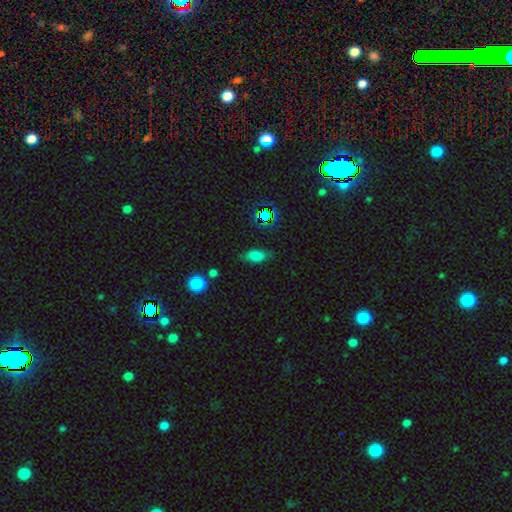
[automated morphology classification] Overall: smooth (73%). How rounded: in between (82%). Merging: none (77%).